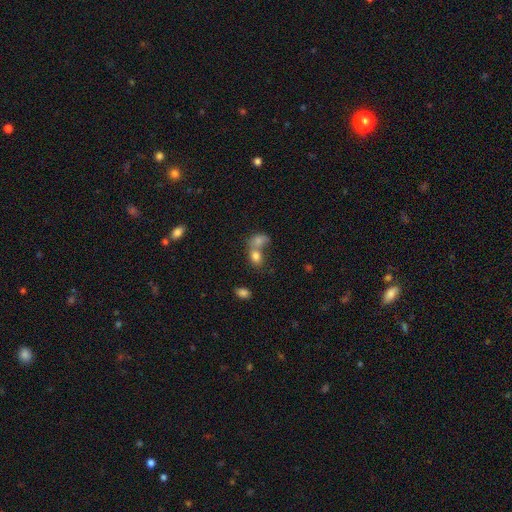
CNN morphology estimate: This is likely a smooth galaxy (78%). How rounded: likely in between (65%). Merging: likely merger (63%).